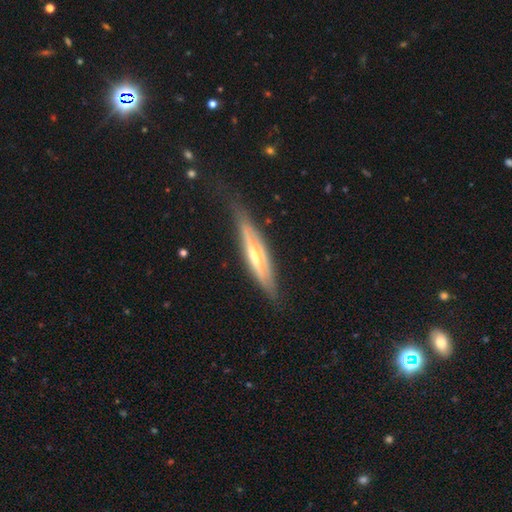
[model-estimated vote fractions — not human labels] The model was most divided on "edge-on bulge": rounded: 71%, none: 20%, boxy: 9%. More confident: edge-on disk — yes (89%); merging — none (73%); smooth or featured — featured or disk (72%).